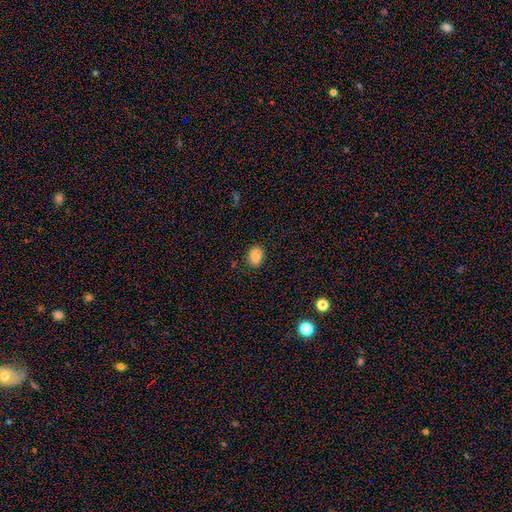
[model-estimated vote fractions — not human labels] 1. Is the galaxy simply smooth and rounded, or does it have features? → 83% smooth, 12% star or artifact, 6% featured or disk.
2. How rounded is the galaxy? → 60% in between, 38% round, 1% cigar-shaped.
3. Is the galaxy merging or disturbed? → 77% none, 15% minor disturbance, 5% merger, 3% major disturbance.